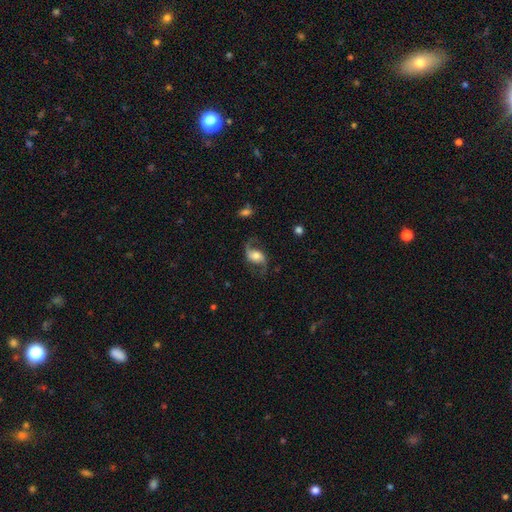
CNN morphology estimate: Smooth or featured? Predicted: featured or disk (p=0.82). Edge-on disk? Predicted: no (p=0.97). Bar? Predicted: no (p=0.47). Spiral arms? Predicted: yes (p=0.96). Spiral winding? Predicted: loose (p=0.69). Spiral arm count? Predicted: 2 (p=0.92). Bulge size? Predicted: moderate (p=0.49). Merging? Predicted: none (p=0.73).